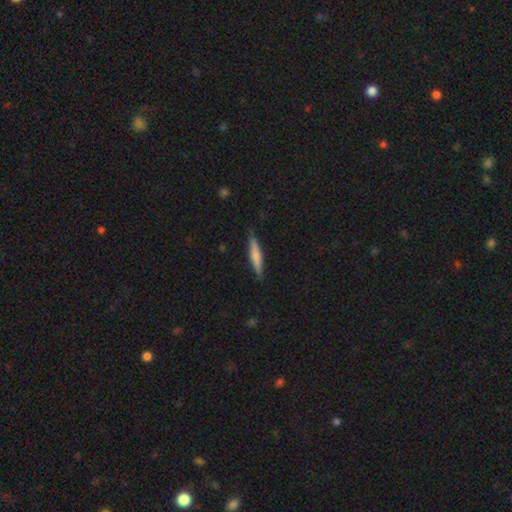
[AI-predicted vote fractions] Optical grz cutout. It shows a smooth galaxy with no disk features (60%) that is cigar-shaped (91%). Merging: none (88%).